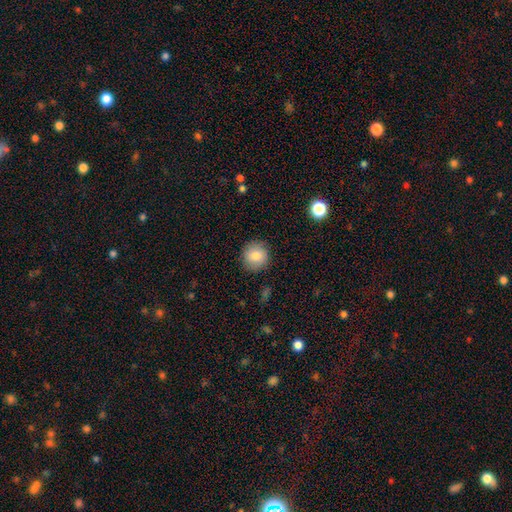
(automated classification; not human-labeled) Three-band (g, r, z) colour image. It shows a smooth galaxy with no disk features (82%) that is round (92%). Merging: none (88%).